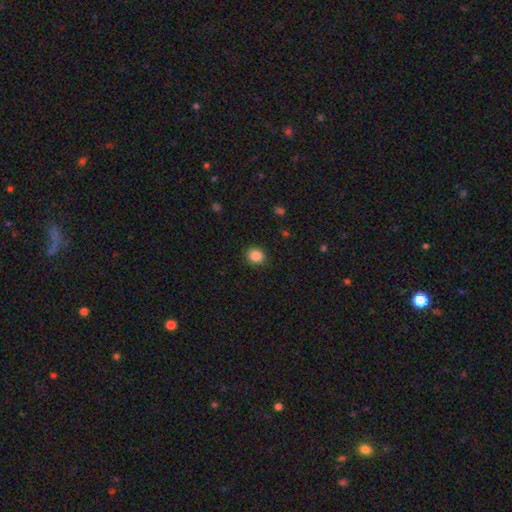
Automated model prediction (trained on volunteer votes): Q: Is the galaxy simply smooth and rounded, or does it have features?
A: smooth — 87%.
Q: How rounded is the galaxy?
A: round — 75%.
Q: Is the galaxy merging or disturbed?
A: none — 89%.